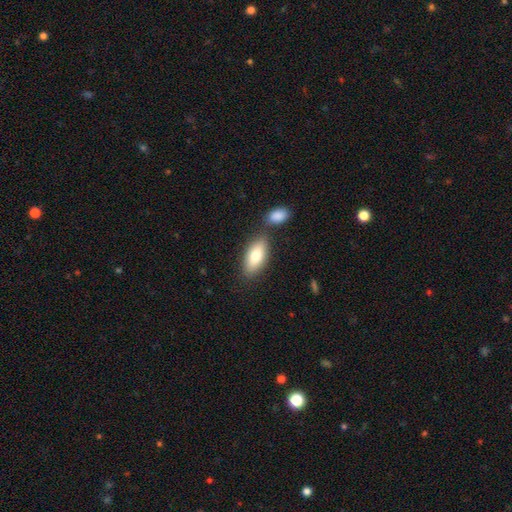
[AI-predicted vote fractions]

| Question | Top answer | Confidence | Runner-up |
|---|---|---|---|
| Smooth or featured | smooth | 77% | featured or disk (17%) |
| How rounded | in between | 84% | cigar-shaped (13%) |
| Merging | none | 66% | merger (18%) |